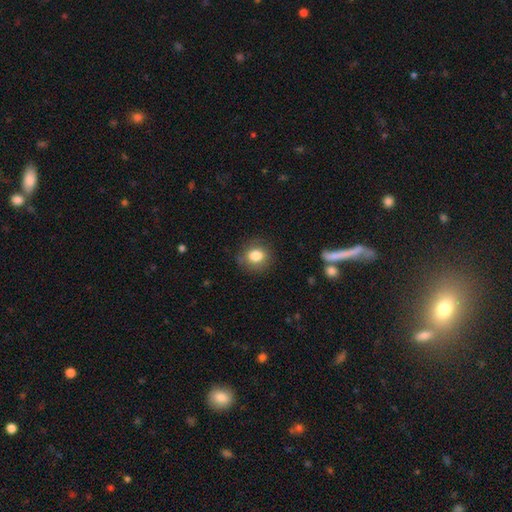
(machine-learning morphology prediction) Smooth or featured? Predicted: smooth (p=0.83). How rounded? Predicted: round (p=0.74). Merging? Predicted: none (p=0.83).